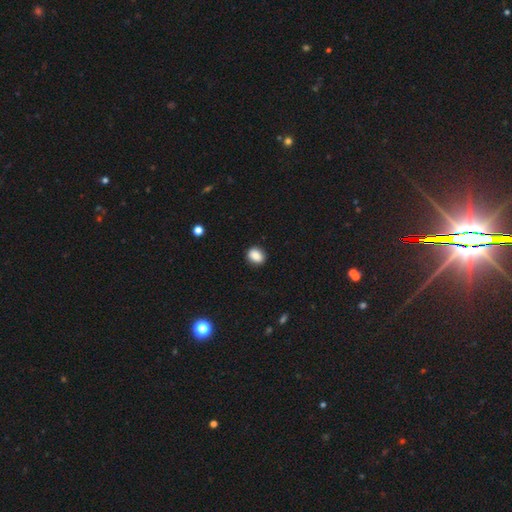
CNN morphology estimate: Q: Smooth or featured?
A: smooth (85%); runner-up: star or artifact (9%)
Q: How rounded?
A: in between (52%); runner-up: round (47%)
Q: Merging?
A: none (88%); runner-up: minor disturbance (9%)